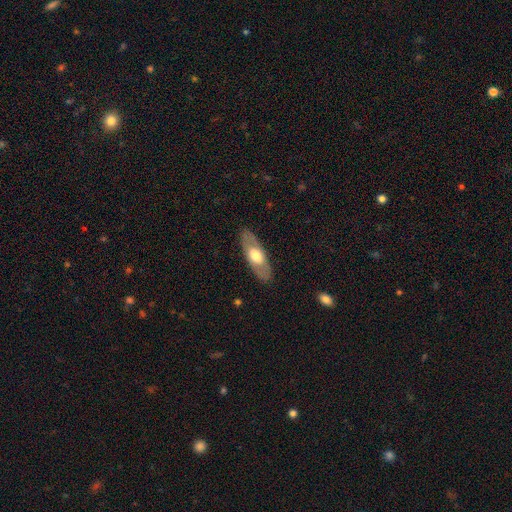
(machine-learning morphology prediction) smooth 51%, featured or disk 44%, star or artifact 5%. Down the decision tree: how rounded — in between (75%); merging — none (86%).